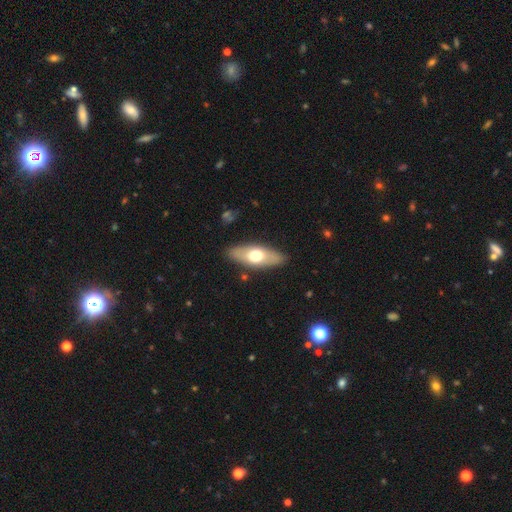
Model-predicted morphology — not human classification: Smooth or featured?
  - smooth: 57% *
  - featured or disk: 37%
  - star or artifact: 6%
How rounded?
  - in between: 71% *
  - cigar-shaped: 26%
  - round: 3%
Merging?
  - none: 86% *
  - minor disturbance: 10%
  - major disturbance: 2%
  - merger: 1%